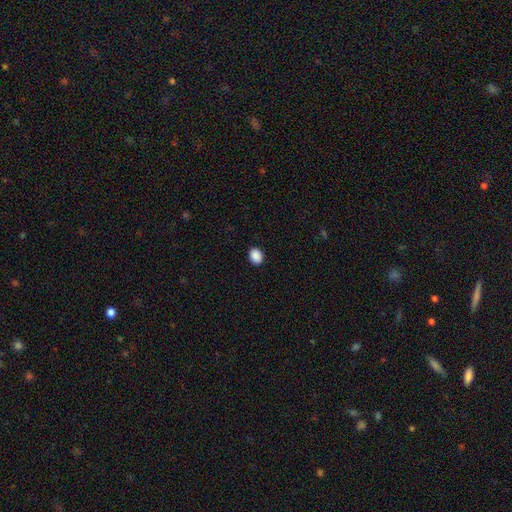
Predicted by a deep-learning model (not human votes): smooth 89%, star or artifact 8%, featured or disk 2%. Down the decision tree: how rounded — in between (57%); merging — none (90%).